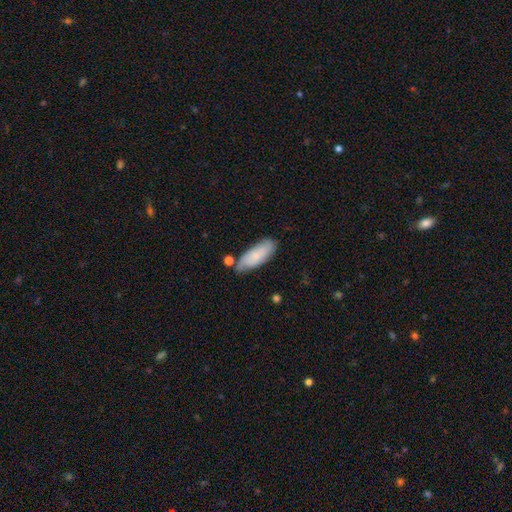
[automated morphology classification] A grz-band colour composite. It shows a smooth galaxy with no disk features (70%) that is in between round and cigar-shaped (71%). Merging: none (65%).